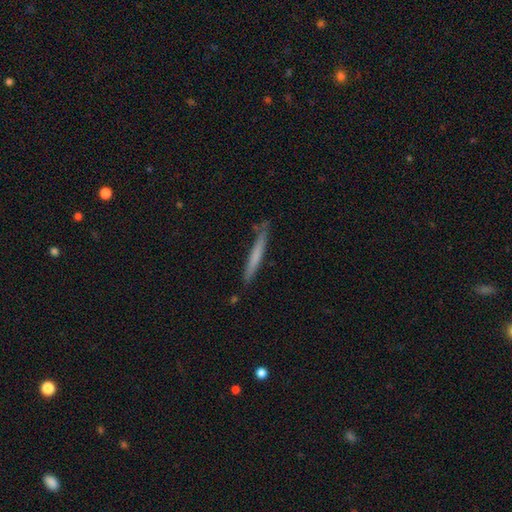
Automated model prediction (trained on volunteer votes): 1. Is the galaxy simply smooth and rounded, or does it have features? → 63% smooth, 31% featured or disk, 6% star or artifact.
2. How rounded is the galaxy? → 96% cigar-shaped, 3% in between, 1% round.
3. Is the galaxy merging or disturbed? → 80% none, 14% minor disturbance, 3% major disturbance, 2% merger.